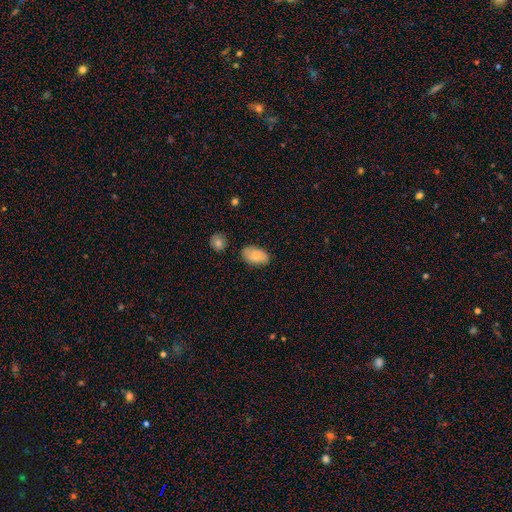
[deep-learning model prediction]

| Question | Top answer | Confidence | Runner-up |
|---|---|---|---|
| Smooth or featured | smooth | 79% | featured or disk (14%) |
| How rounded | in between | 94% | round (4%) |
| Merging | none | 77% | minor disturbance (18%) |